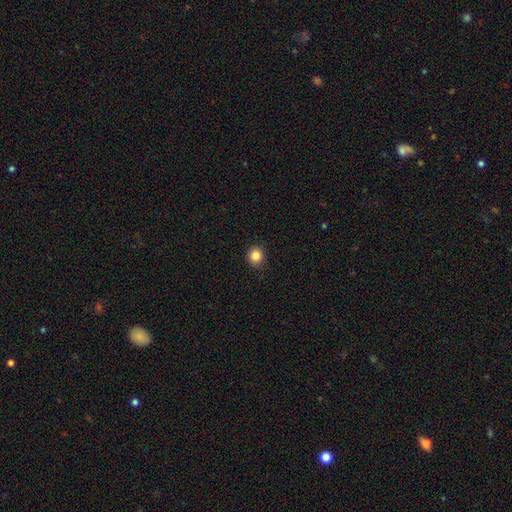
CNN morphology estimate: smooth_or_featured: smooth (p=0.85) [alt: star or artifact p=0.11]
how_rounded: round (p=0.86) [alt: in between p=0.13]
merging: none (p=0.91) [alt: minor disturbance p=0.06]